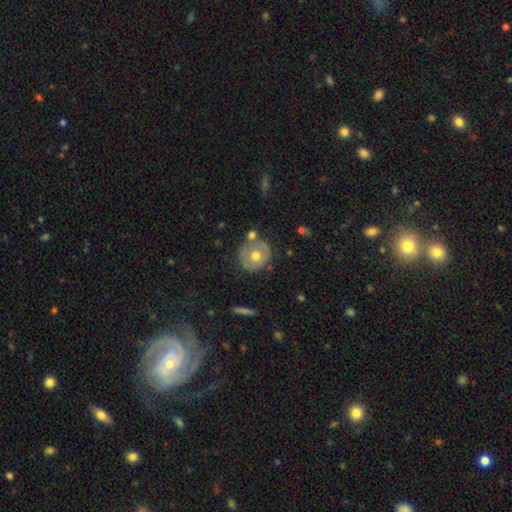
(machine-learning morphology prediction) Smooth or featured? smooth (53%)
How rounded? round (85%)
Merging? none (67%)